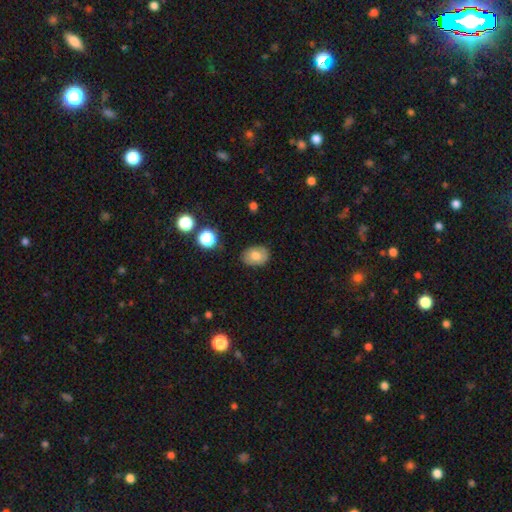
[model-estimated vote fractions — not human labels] Overall: smooth (72%). How rounded: in between (71%). Merging: none (82%).